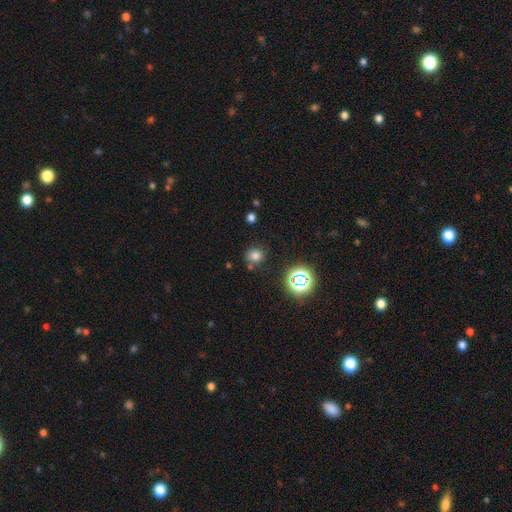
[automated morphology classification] The model was most divided on "smooth or featured": smooth: 72%, star or artifact: 22%, featured or disk: 6%. More confident: how rounded — round (82%); merging — none (79%).